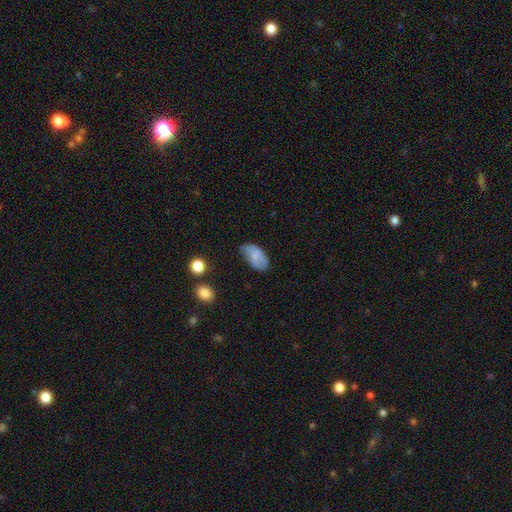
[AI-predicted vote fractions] This is likely a smooth galaxy (74%). How rounded: clearly in between (93%). Merging: possibly none (49%).